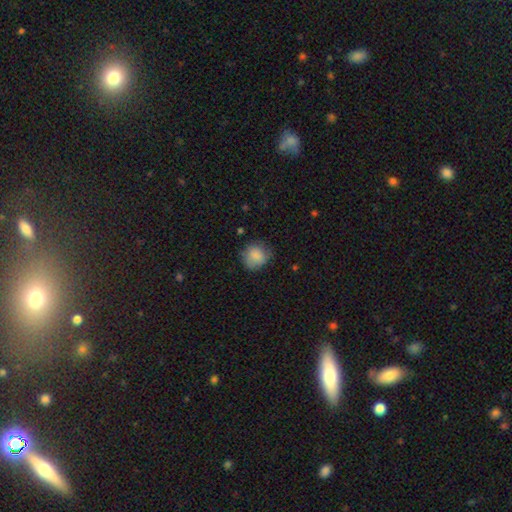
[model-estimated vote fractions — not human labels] Smooth or featured? smooth (83%)
How rounded? round (80%)
Merging? none (68%)